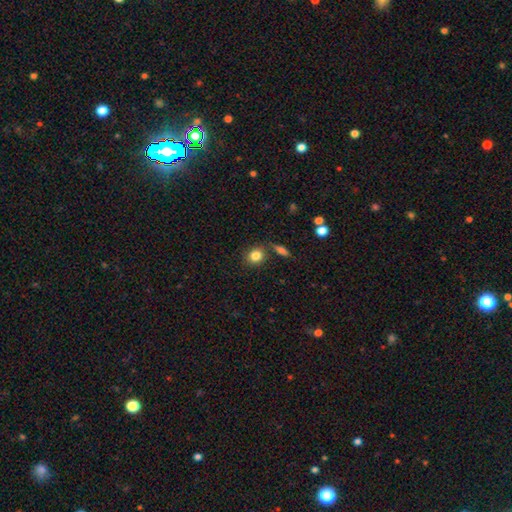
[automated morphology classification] Smooth or featured: smooth — 84% (star or artifact — 10%)
How rounded: round — 76% (in between — 22%)
Merging: none — 77% (minor disturbance — 11%)